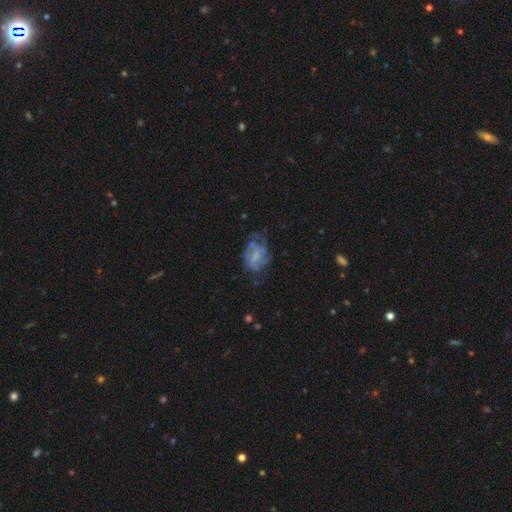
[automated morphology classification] Smooth or featured?
  - featured or disk: 61% *
  - smooth: 29%
  - star or artifact: 10%
Edge-on disk?
  - no: 97% *
  - yes: 3%
Bar?
  - no: 50% *
  - weak: 40%
  - strong: 10%
Spiral arms?
  - yes: 60% *
  - no: 40%
Bulge size?
  - none: 39% *
  - small: 32%
  - moderate: 24%
  - large: 4%
  - dominant: 1%
Merging?
  - none: 44% *
  - major disturbance: 26%
  - minor disturbance: 26%
  - merger: 4%